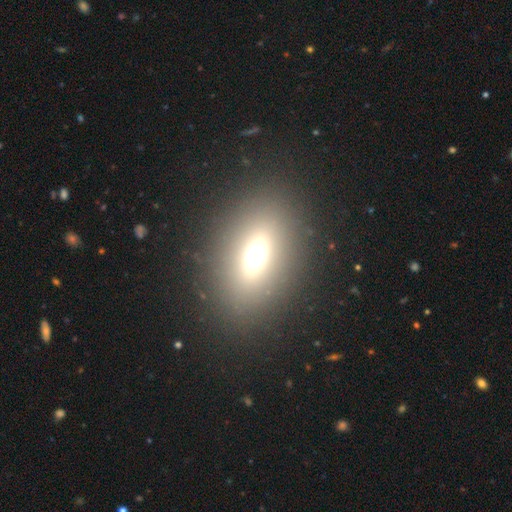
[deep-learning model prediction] Morphology: type=smooth (54%); roundness=in between (72%); merging=none (84%).